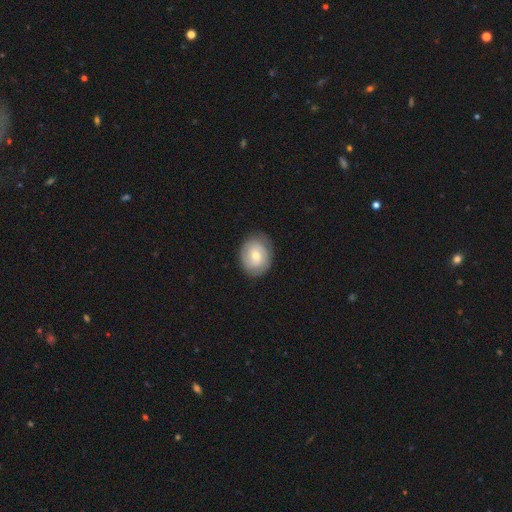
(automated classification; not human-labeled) Smooth or featured: featured or disk — 49% (smooth — 44%)
Merging: none — 82% (minor disturbance — 13%)